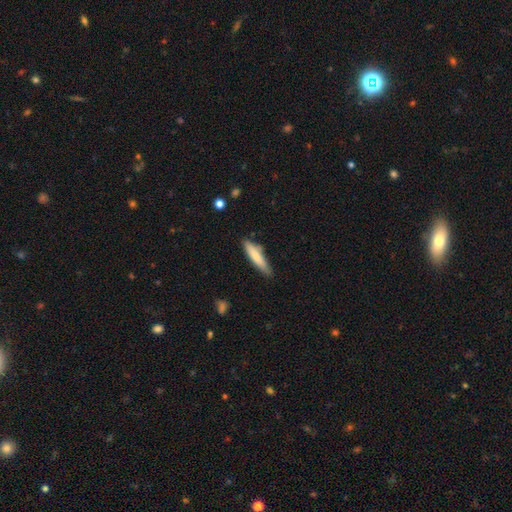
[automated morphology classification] Smooth or featured? Predicted: smooth (p=0.76). How rounded? Predicted: cigar-shaped (p=0.83). Merging? Predicted: none (p=0.77).